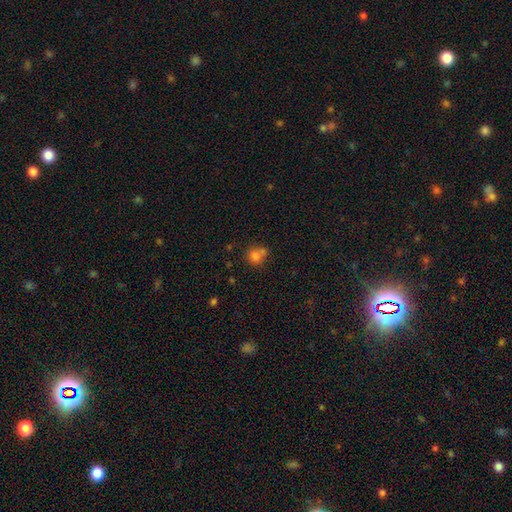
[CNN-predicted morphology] smooth-or-featured: smooth: 76% | star or artifact: 13% | featured or disk: 11%
  how-rounded: round: 79% | in between: 20% | cigar-shaped: 1%
  merging: none: 47% | merger: 35% | minor disturbance: 13% | major disturbance: 5%